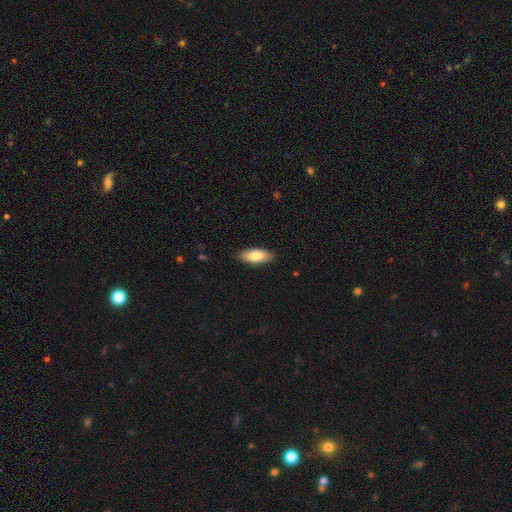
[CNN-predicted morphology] smooth 80%, featured or disk 14%, star or artifact 6%. Down the decision tree: how rounded — in between (83%); merging — none (88%).